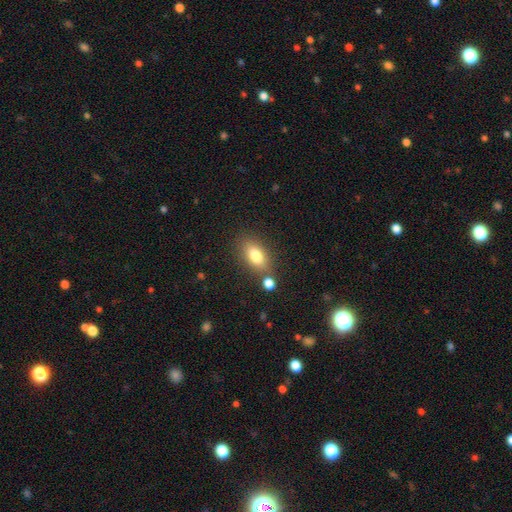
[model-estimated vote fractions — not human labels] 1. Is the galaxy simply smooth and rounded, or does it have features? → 79% smooth, 13% featured or disk, 9% star or artifact.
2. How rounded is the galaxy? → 84% in between, 9% round, 7% cigar-shaped.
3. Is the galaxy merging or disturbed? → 74% none, 12% minor disturbance, 10% merger, 4% major disturbance.